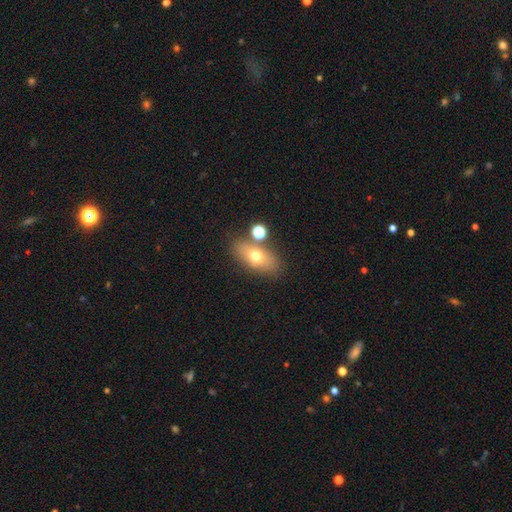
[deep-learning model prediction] Q: Smooth or featured?
A: smooth (65%); runner-up: featured or disk (24%)
Q: How rounded?
A: in between (78%); runner-up: round (14%)
Q: Merging?
A: none (72%); runner-up: merger (12%)